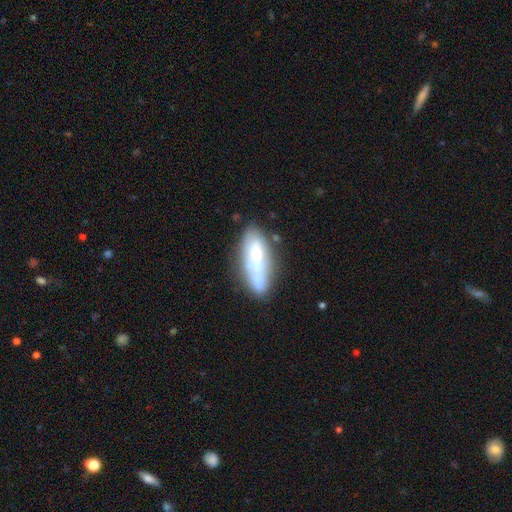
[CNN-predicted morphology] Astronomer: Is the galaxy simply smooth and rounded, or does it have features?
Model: smooth — 53% (runner-up: featured or disk, 39%).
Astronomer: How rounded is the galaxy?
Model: in between — 65%.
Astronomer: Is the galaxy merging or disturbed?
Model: none — 50%.